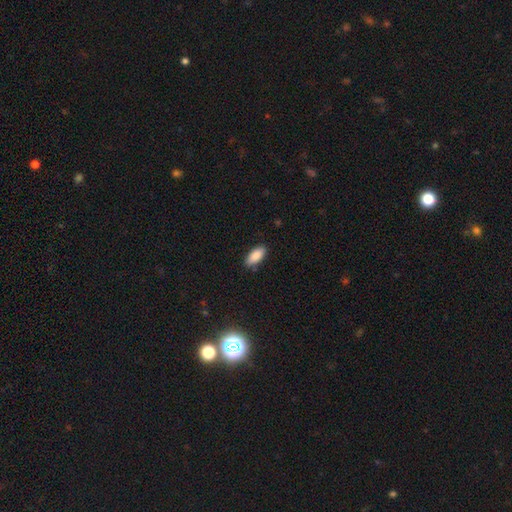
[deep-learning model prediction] This is clearly a smooth galaxy (88%). How rounded: clearly in between (87%). Merging: clearly none (85%).